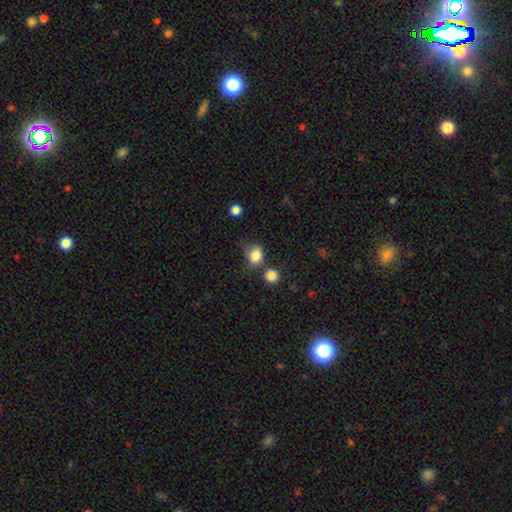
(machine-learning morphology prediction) A smooth galaxy with no disk features (83%) that is in between round and cigar-shaped (50%).

Vote fractions:
- Smooth or featured? smooth: 83% / star or artifact: 10% / featured or disk: 7%
- How rounded? in between: 50% / round: 48% / cigar-shaped: 1%
- Merging? none: 48% / minor disturbance: 25% / merger: 17% / major disturbance: 10%